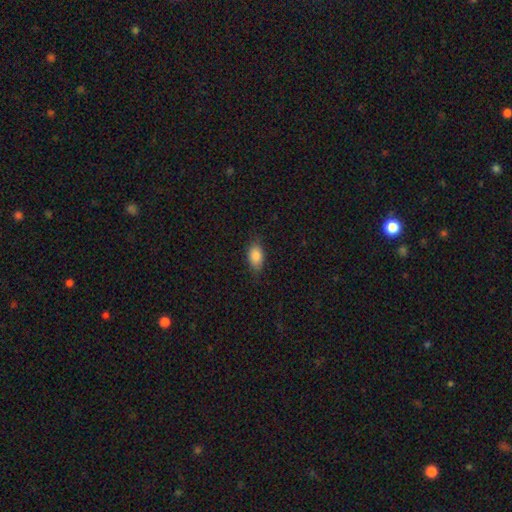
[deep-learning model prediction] A smooth galaxy with no disk features (86%) that is in between round and cigar-shaped (88%).

Vote fractions:
- Smooth or featured? smooth: 86% / star or artifact: 8% / featured or disk: 6%
- How rounded? in between: 88% / round: 7% / cigar-shaped: 4%
- Merging? none: 78% / minor disturbance: 17% / major disturbance: 4% / merger: 1%